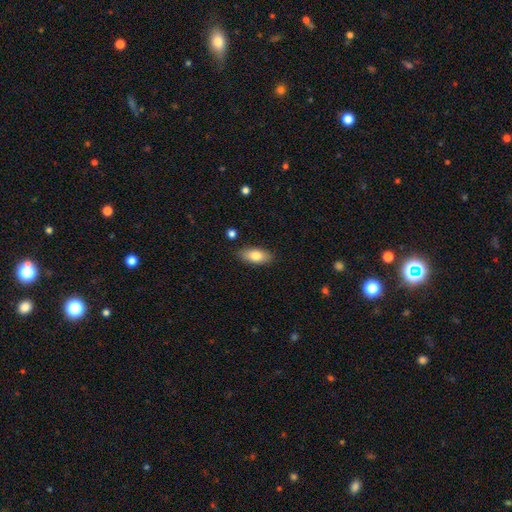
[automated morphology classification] Smooth or featured?
  - smooth: 81% *
  - featured or disk: 12%
  - star or artifact: 7%
How rounded?
  - in between: 89% *
  - cigar-shaped: 8%
  - round: 3%
Merging?
  - none: 86% *
  - minor disturbance: 10%
  - major disturbance: 2%
  - merger: 2%